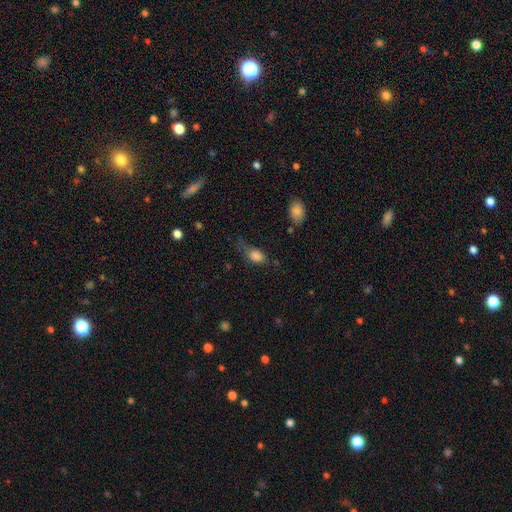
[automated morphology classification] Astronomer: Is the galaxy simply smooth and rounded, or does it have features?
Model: smooth — 81%.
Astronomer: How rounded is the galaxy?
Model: in between — 83%.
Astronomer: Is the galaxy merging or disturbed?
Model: none — 40% (runner-up: minor disturbance, 33%).